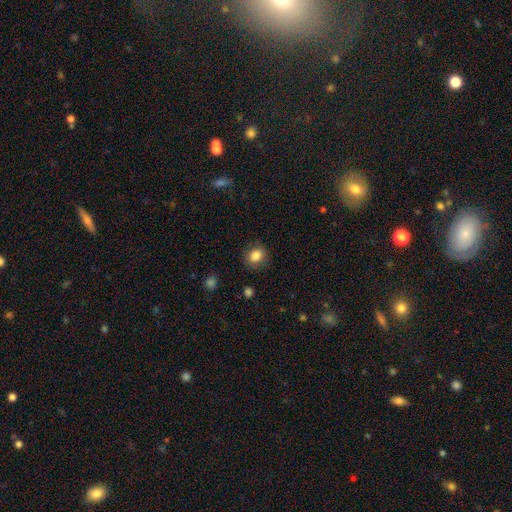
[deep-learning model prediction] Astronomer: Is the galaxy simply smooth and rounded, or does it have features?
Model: smooth — 85%.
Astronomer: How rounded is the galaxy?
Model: round — 65%.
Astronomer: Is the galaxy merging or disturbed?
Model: none — 84%.